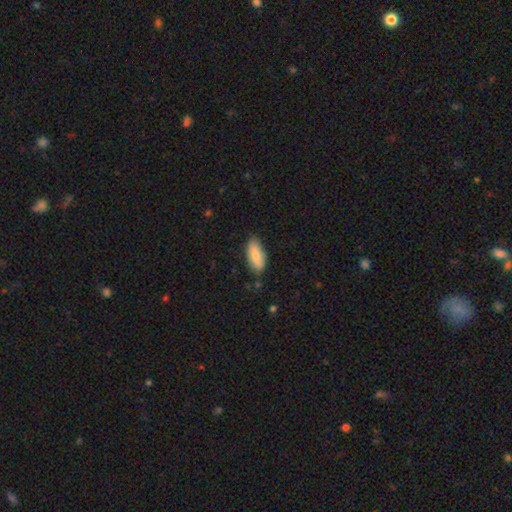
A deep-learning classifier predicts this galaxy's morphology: smooth 78%, featured or disk 16%, star or artifact 6%. Down the decision tree: how rounded — in between (83%); merging — none (78%).